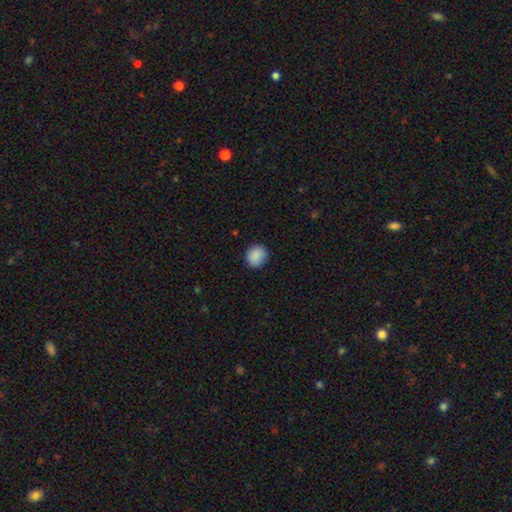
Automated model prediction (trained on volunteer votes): A smooth galaxy with no disk features (89%) that is round (87%).

Vote fractions:
- Smooth or featured? smooth: 89% / star or artifact: 8% / featured or disk: 3%
- How rounded? round: 87% / in between: 12% / cigar-shaped: 1%
- Merging? none: 87% / minor disturbance: 10% / major disturbance: 2% / merger: 1%